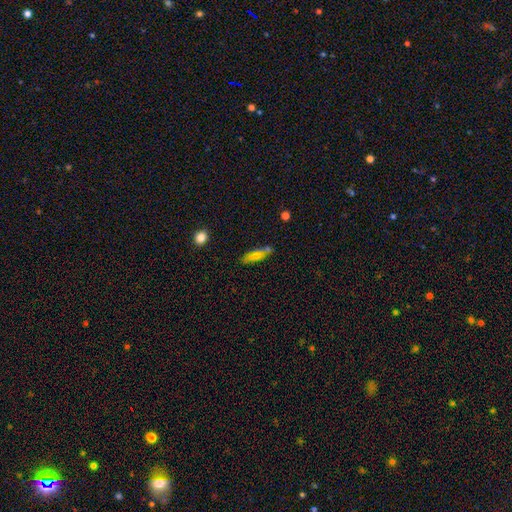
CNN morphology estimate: Smooth or featured?
  - smooth: 75% *
  - featured or disk: 16%
  - star or artifact: 9%
How rounded?
  - in between: 53% *
  - cigar-shaped: 45%
  - round: 3%
Merging?
  - none: 64% *
  - minor disturbance: 18%
  - merger: 13%
  - major disturbance: 5%